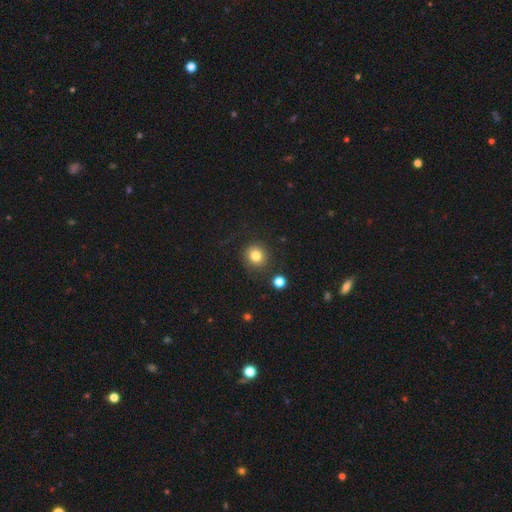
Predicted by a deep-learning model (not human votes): Smooth or featured? Predicted: smooth (p=0.80). How rounded? Predicted: round (p=0.88). Merging? Predicted: none (p=0.83).